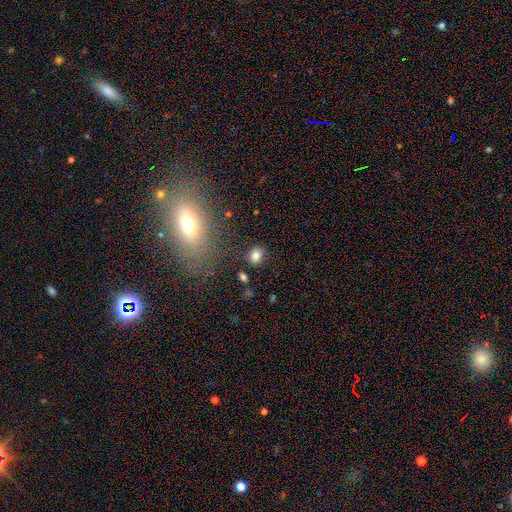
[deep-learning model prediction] A smooth galaxy with no disk features (82%) that is in between round and cigar-shaped (56%).

Vote fractions:
- Smooth or featured? smooth: 82% / star or artifact: 11% / featured or disk: 7%
- How rounded? in between: 56% / round: 43% / cigar-shaped: 1%
- Merging? none: 84% / minor disturbance: 10% / merger: 3% / major disturbance: 3%